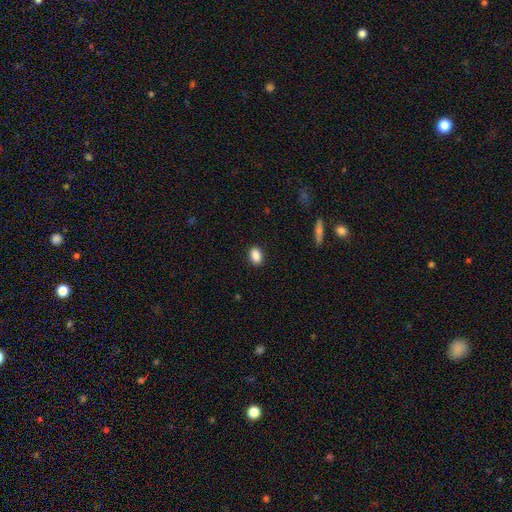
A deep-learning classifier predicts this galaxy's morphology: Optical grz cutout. It shows a smooth galaxy with no disk features (89%) that is in between round and cigar-shaped (84%). Merging: none (89%).